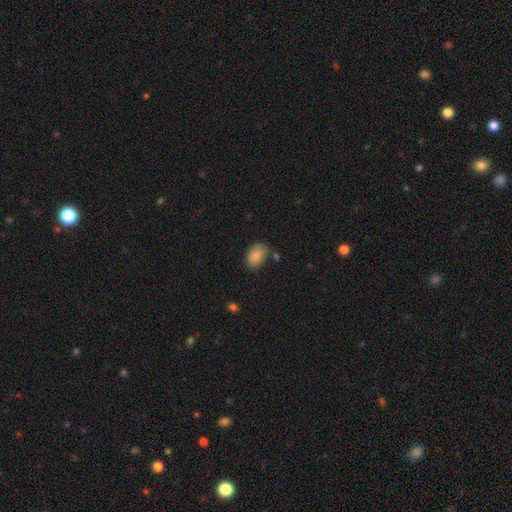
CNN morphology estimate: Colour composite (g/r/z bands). It shows a smooth galaxy with no disk features (85%) that is in between round and cigar-shaped (81%). Merging: none (67%).